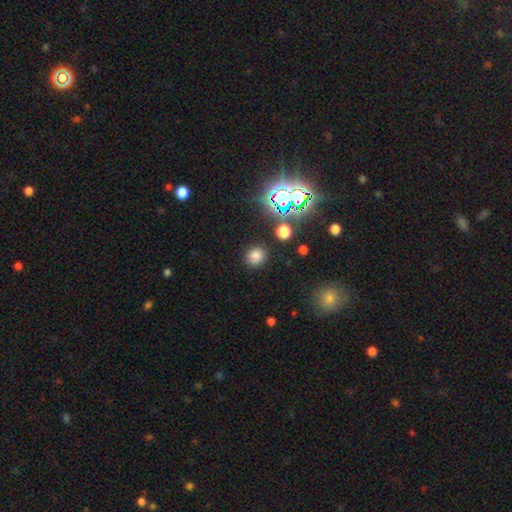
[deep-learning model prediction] smooth 72%, star or artifact 21%, featured or disk 6%. Down the decision tree: how rounded — round (83%); merging — none (87%).